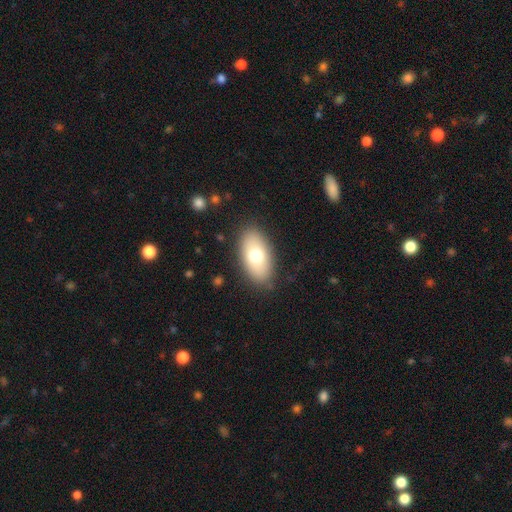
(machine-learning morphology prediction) Q: Smooth or featured?
A: smooth (69%); runner-up: featured or disk (23%)
Q: How rounded?
A: in between (92%); runner-up: round (6%)
Q: Merging?
A: none (84%); runner-up: minor disturbance (11%)